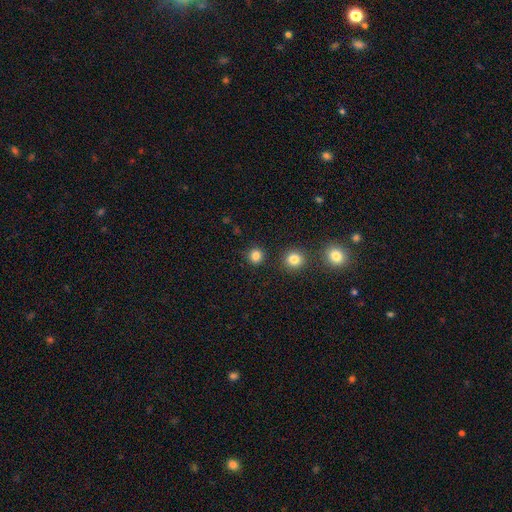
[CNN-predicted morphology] Smooth or featured?
  - smooth: 83% *
  - star or artifact: 13%
  - featured or disk: 3%
How rounded?
  - round: 93% *
  - in between: 6%
  - cigar-shaped: 1%
Merging?
  - none: 89% *
  - minor disturbance: 6%
  - merger: 3%
  - major disturbance: 2%